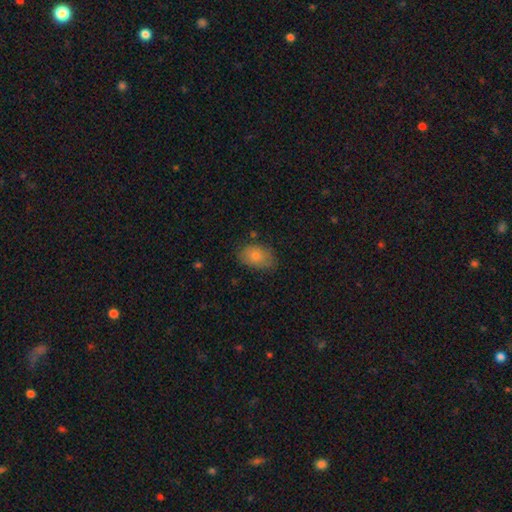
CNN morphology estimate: type=smooth (80%); roundness=in between (87%); merging=none (70%).